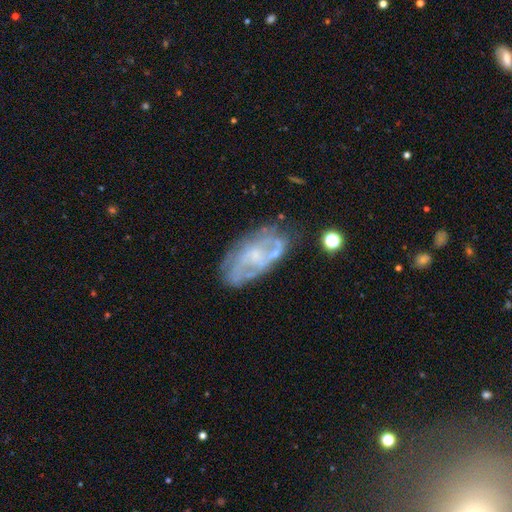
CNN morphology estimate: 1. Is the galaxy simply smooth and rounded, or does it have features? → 70% featured or disk, 21% smooth, 9% star or artifact.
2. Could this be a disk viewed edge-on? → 94% no, 6% yes.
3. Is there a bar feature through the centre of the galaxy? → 73% no, 23% weak, 5% strong.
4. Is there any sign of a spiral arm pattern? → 53% yes, 47% no.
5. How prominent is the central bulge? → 50% small, 25% none, 22% moderate, 2% large, 1% dominant.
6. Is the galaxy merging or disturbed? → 60% none, 22% minor disturbance, 12% major disturbance, 6% merger.